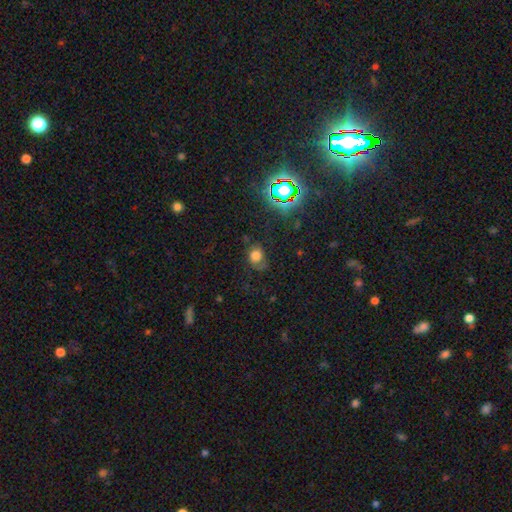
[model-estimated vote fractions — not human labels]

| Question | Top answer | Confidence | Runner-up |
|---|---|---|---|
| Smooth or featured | smooth | 68% | star or artifact (19%) |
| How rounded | round | 55% | in between (44%) |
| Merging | none | 53% | minor disturbance (27%) |